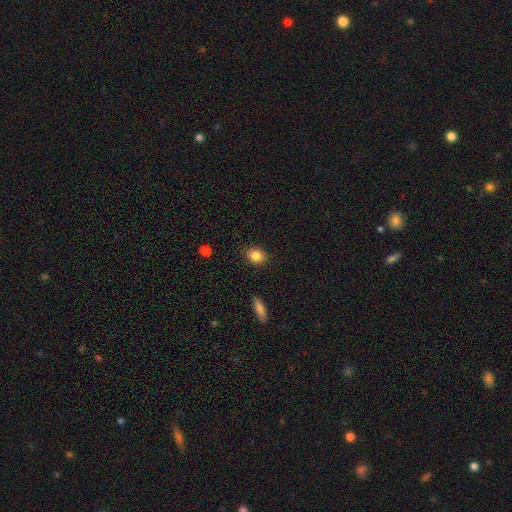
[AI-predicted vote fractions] A smooth galaxy with no disk features (86%) that is round (50%).

Vote fractions:
- Smooth or featured? smooth: 86% / star or artifact: 9% / featured or disk: 5%
- How rounded? round: 50% / in between: 48% / cigar-shaped: 2%
- Merging? none: 88% / minor disturbance: 9% / major disturbance: 2% / merger: 1%